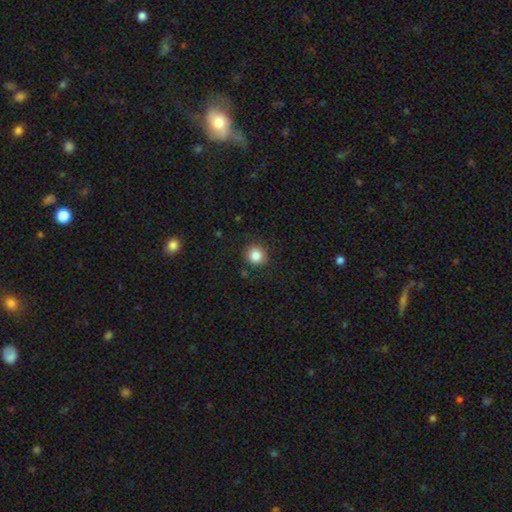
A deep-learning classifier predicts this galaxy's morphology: This is clearly a smooth galaxy (85%). How rounded: clearly round (93%). Merging: clearly none (88%).